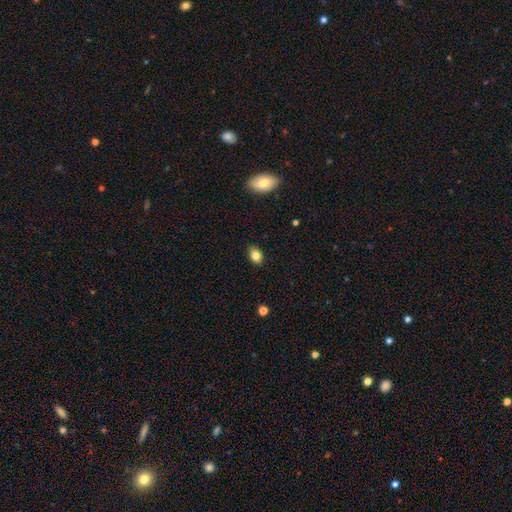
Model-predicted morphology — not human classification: Smooth or featured: smooth — 82% (star or artifact — 9%)
How rounded: in between — 78% (round — 20%)
Merging: none — 85% (minor disturbance — 11%)